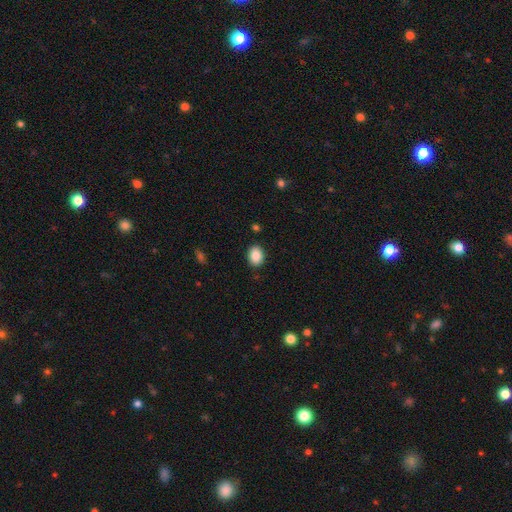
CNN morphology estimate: smooth 88%, star or artifact 8%, featured or disk 4%. Down the decision tree: how rounded — in between (69%); merging — none (87%).